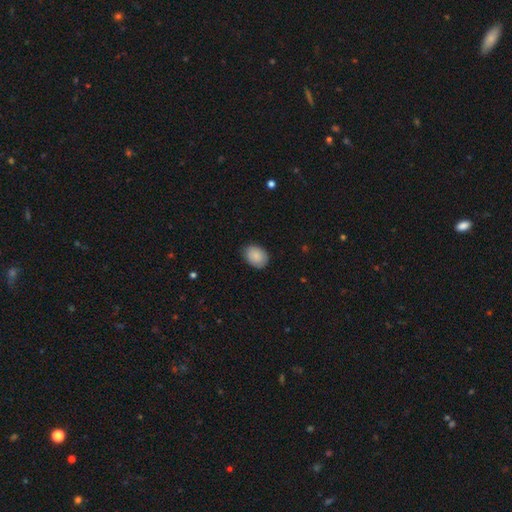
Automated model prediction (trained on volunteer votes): Smooth or featured?
  - smooth: 86% *
  - featured or disk: 7%
  - star or artifact: 7%
How rounded?
  - in between: 65% *
  - round: 34%
  - cigar-shaped: 1%
Merging?
  - none: 83% *
  - minor disturbance: 14%
  - major disturbance: 2%
  - merger: 1%